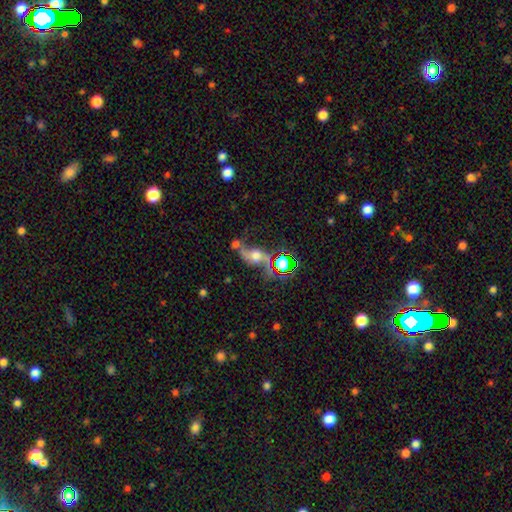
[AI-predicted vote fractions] featured or disk 60%, star or artifact 21%, smooth 19%. Down the decision tree: edge-on disk — no (88%); bar — no (67%); spiral arms — yes (85%); bulge size — moderate (52%); merging — none (43%).